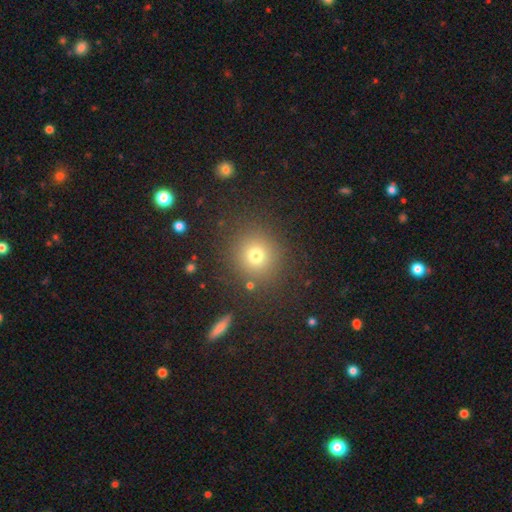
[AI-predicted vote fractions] A smooth galaxy with no disk features (73%) that is round (90%). Merging: none (86%).